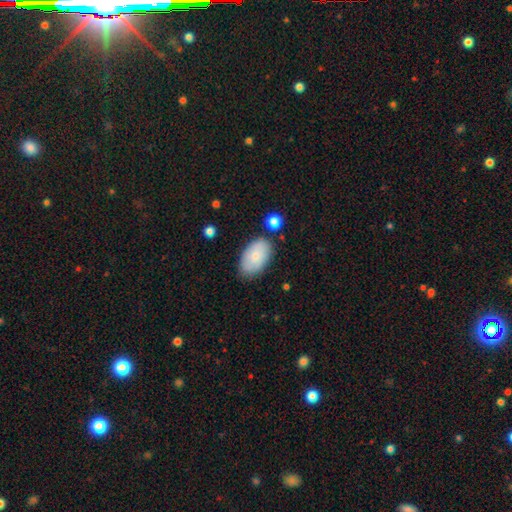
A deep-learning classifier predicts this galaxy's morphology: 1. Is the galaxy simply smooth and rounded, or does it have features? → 74% smooth, 19% featured or disk, 6% star or artifact.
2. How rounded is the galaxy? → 94% in between, 5% round, 1% cigar-shaped.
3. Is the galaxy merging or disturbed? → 77% none, 16% minor disturbance, 3% major disturbance, 3% merger.